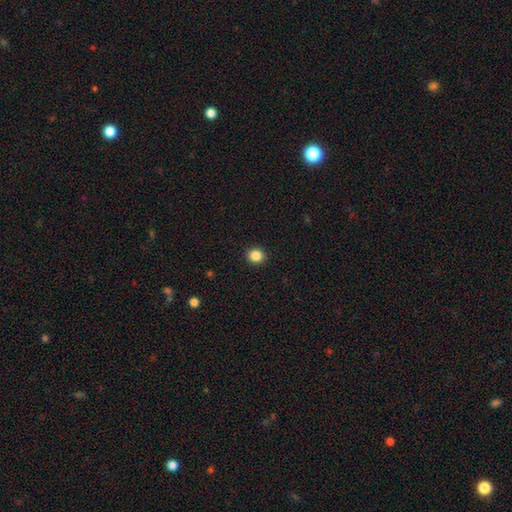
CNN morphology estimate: This is clearly a smooth galaxy (85%). How rounded: likely round (78%). Merging: clearly none (93%).